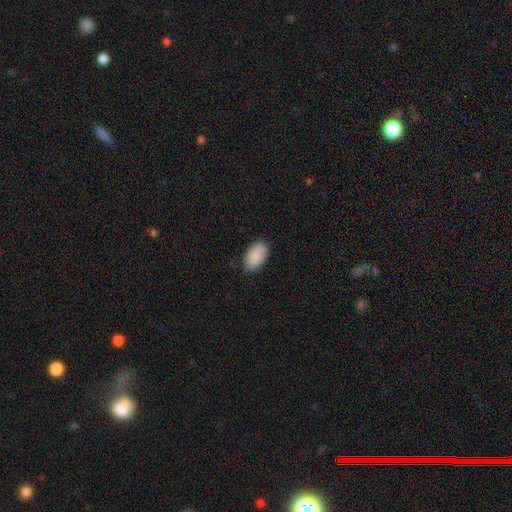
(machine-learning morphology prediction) A smooth galaxy with no disk features (90%) that is in between round and cigar-shaped (95%). Merging: none (83%).